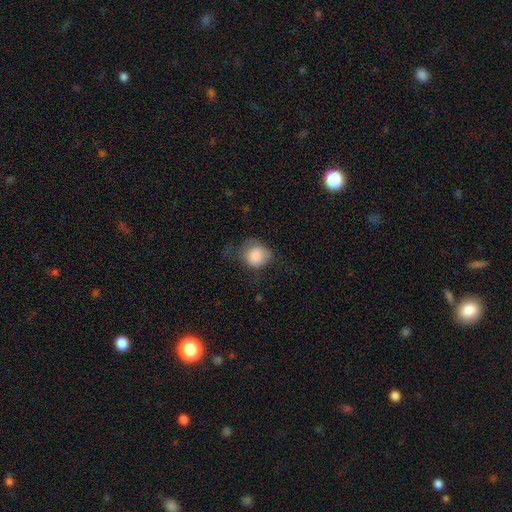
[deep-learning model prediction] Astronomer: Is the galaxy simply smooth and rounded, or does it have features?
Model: smooth — 83%.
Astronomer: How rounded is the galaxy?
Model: round — 68%.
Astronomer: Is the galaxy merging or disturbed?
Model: none — 37% (runner-up: minor disturbance, 33%).